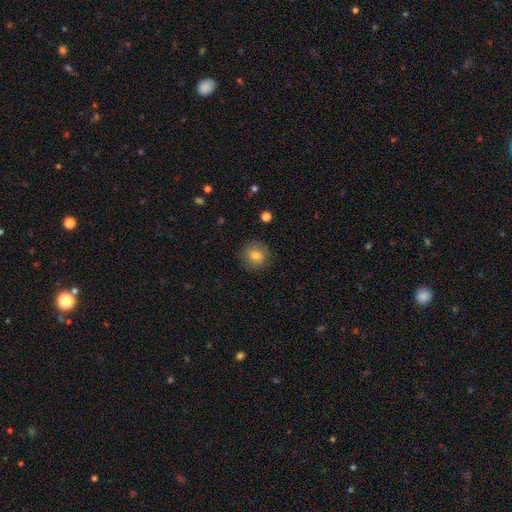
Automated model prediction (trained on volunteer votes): smooth 79%, featured or disk 11%, star or artifact 10%. Down the decision tree: how rounded — round (89%); merging — none (87%).